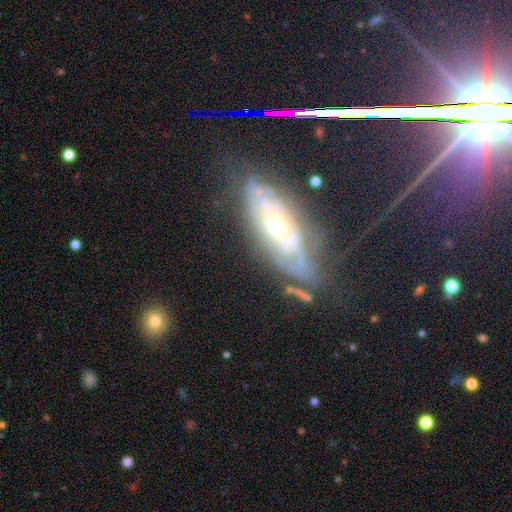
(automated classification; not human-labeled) featured or disk 67%, star or artifact 19%, smooth 14%. Down the decision tree: edge-on disk — no (70%); merging — none (74%).